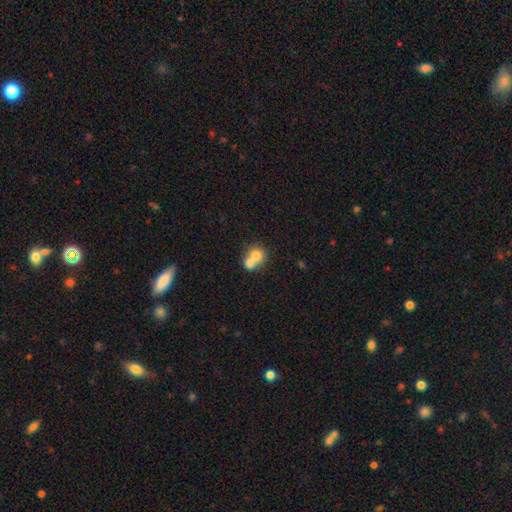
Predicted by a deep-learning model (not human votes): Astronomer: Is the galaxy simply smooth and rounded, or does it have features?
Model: smooth — 73%.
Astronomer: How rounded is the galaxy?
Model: round — 77%.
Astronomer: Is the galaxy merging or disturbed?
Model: merger — 66%.